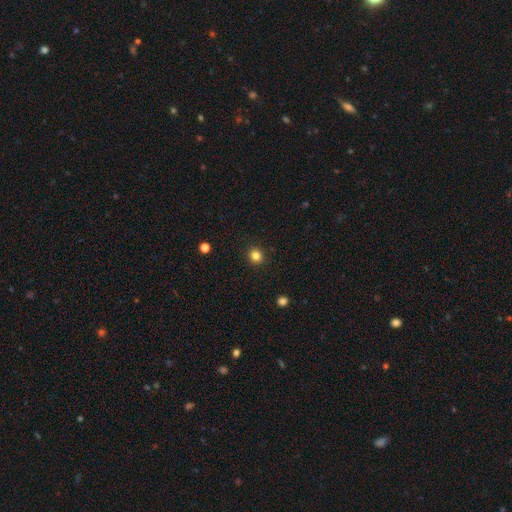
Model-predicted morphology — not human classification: Overall: smooth (83%). How rounded: round (89%). Merging: none (92%).